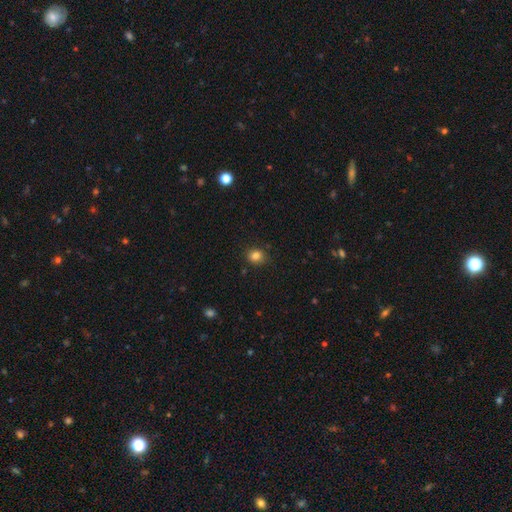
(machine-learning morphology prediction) Smooth or featured: smooth — 83% (star or artifact — 12%)
How rounded: round — 67% (in between — 32%)
Merging: none — 84% (minor disturbance — 11%)